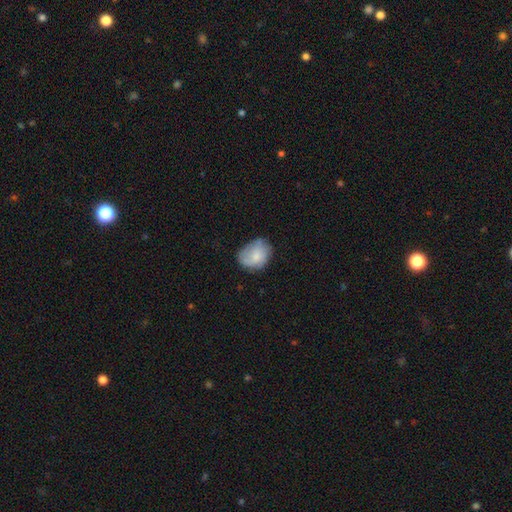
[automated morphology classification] Smooth or featured? Predicted: smooth (p=0.65). How rounded? Predicted: in between (p=0.57). Merging? Predicted: none (p=0.56).